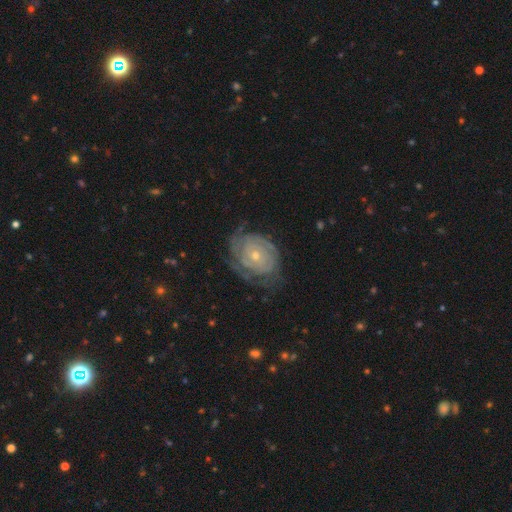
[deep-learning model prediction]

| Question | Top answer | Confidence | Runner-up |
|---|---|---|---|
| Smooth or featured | featured or disk | 81% | smooth (13%) |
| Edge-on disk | no | 97% | yes (3%) |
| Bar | no | 80% | weak (16%) |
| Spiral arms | yes | 90% | no (10%) |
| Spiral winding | tight | 77% | medium (17%) |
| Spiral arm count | can't tell | 44% | 2 (24%) |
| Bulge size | small | 64% | moderate (32%) |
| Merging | none | 65% | minor disturbance (22%) |